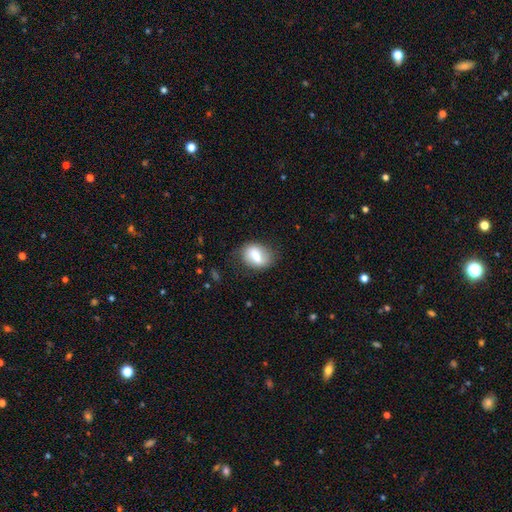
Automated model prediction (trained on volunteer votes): Smooth or featured?
  - smooth: 66% *
  - featured or disk: 26%
  - star or artifact: 8%
How rounded?
  - in between: 66% *
  - round: 32%
  - cigar-shaped: 2%
Merging?
  - none: 71% *
  - minor disturbance: 20%
  - major disturbance: 6%
  - merger: 3%